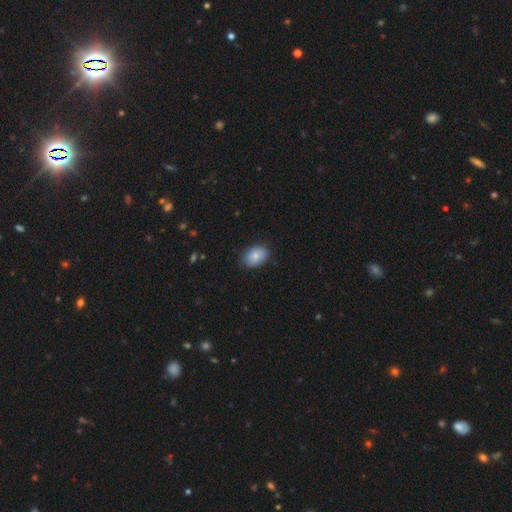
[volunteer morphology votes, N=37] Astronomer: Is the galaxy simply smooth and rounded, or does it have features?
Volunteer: smooth — 84%.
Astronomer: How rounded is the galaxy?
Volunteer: in between — 71%.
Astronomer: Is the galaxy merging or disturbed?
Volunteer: none — 89%.